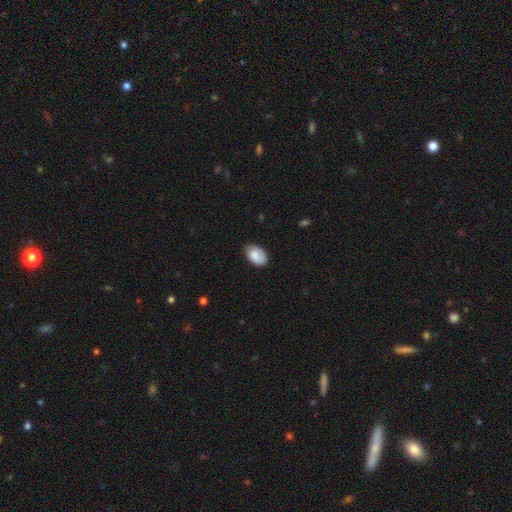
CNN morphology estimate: Smooth or featured?
  - smooth: 80% *
  - featured or disk: 13%
  - star or artifact: 7%
How rounded?
  - in between: 90% *
  - round: 9%
  - cigar-shaped: 1%
Merging?
  - none: 67% *
  - minor disturbance: 27%
  - major disturbance: 5%
  - merger: 1%